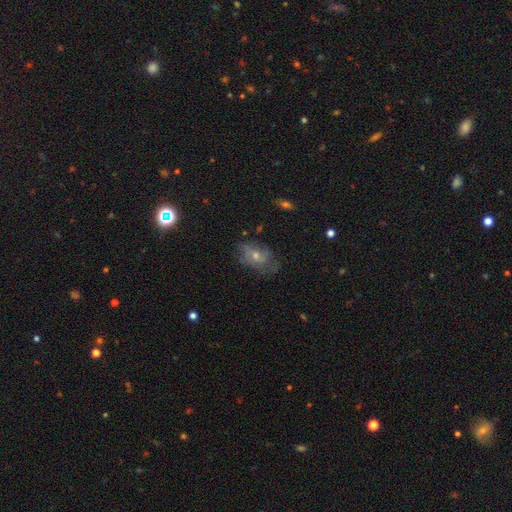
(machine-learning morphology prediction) A featured or disk galaxy (45%).

Vote fractions:
- Smooth or featured? featured or disk: 45% / smooth: 37% / star or artifact: 18%
- Merging? none: 63% / minor disturbance: 23% / major disturbance: 13% / merger: 2%